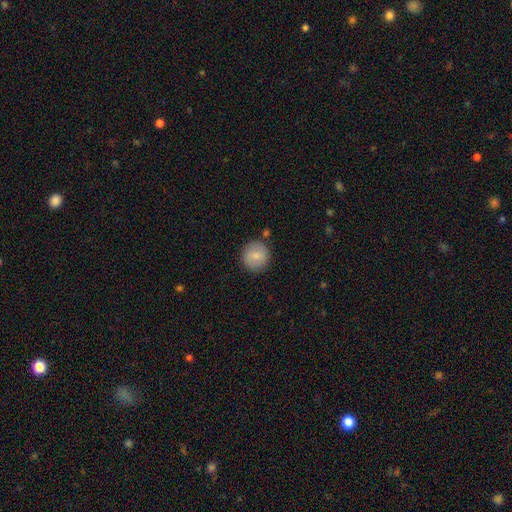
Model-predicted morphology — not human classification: smooth-or-featured: smooth: 79% | featured or disk: 14% | star or artifact: 7%
  how-rounded: round: 94% | in between: 5% | cigar-shaped: 1%
  merging: none: 85% | minor disturbance: 9% | merger: 4% | major disturbance: 2%